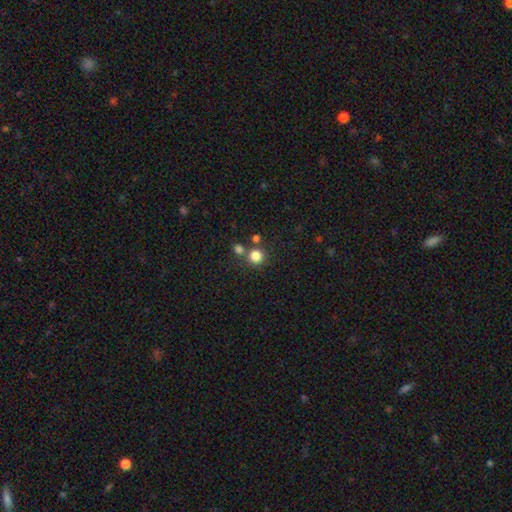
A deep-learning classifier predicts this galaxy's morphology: A smooth galaxy with no disk features (81%) that is round (92%).

Vote fractions:
- Smooth or featured? smooth: 81% / star or artifact: 13% / featured or disk: 6%
- How rounded? round: 92% / in between: 7% / cigar-shaped: 1%
- Merging? none: 69% / merger: 20% / minor disturbance: 8% / major disturbance: 3%